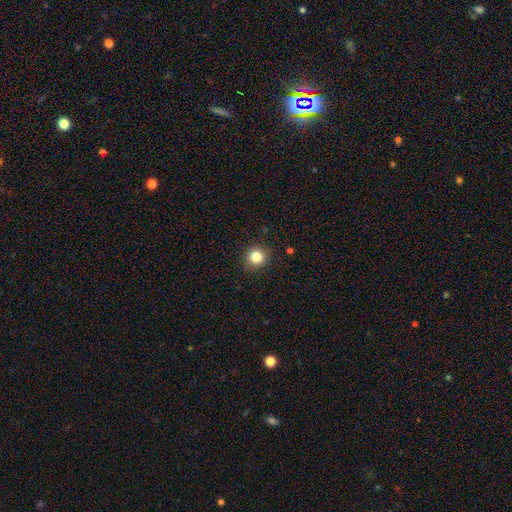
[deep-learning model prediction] smooth_or_featured: smooth (p=0.82) [alt: star or artifact p=0.12]
how_rounded: round (p=0.92) [alt: in between p=0.07]
merging: none (p=0.91) [alt: minor disturbance p=0.06]